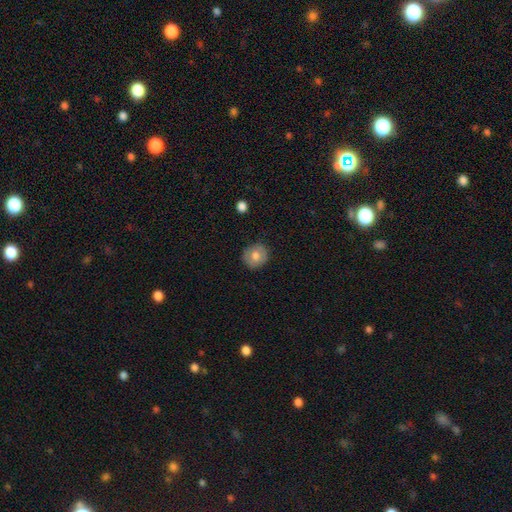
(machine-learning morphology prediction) Q: Smooth or featured?
A: smooth (71%); runner-up: featured or disk (21%)
Q: How rounded?
A: round (81%); runner-up: in between (18%)
Q: Merging?
A: none (84%); runner-up: minor disturbance (12%)